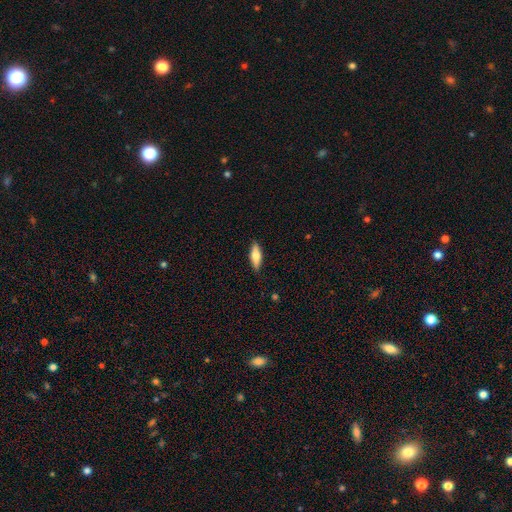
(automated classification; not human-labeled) smooth 64%, featured or disk 30%, star or artifact 6%. Down the decision tree: how rounded — in between (50%); merging — none (87%).